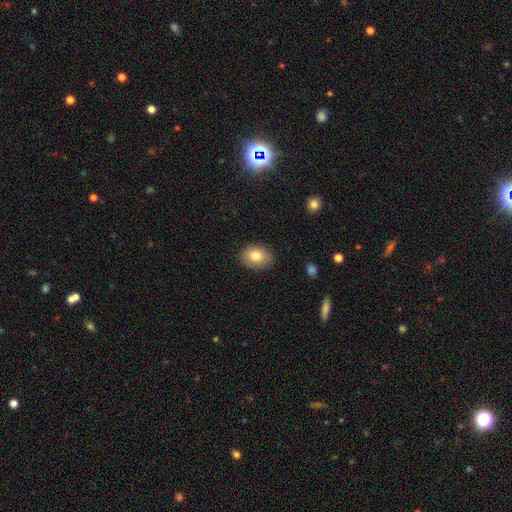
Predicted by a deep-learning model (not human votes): Smooth or featured? Predicted: smooth (p=0.81). How rounded? Predicted: in between (p=0.73). Merging? Predicted: none (p=0.85).